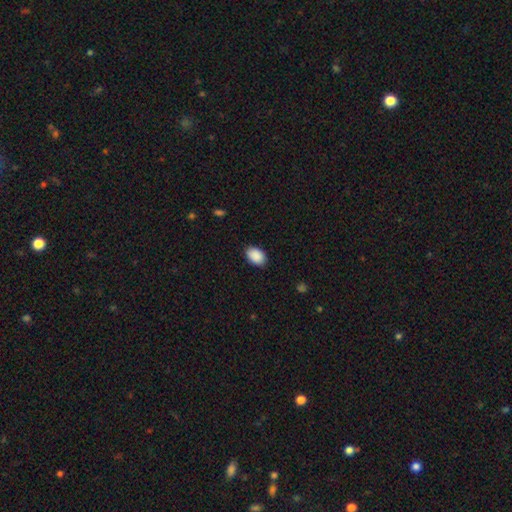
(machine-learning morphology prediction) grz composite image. It shows a smooth galaxy with no disk features (91%) that is in between round and cigar-shaped (87%). Merging: none (87%).